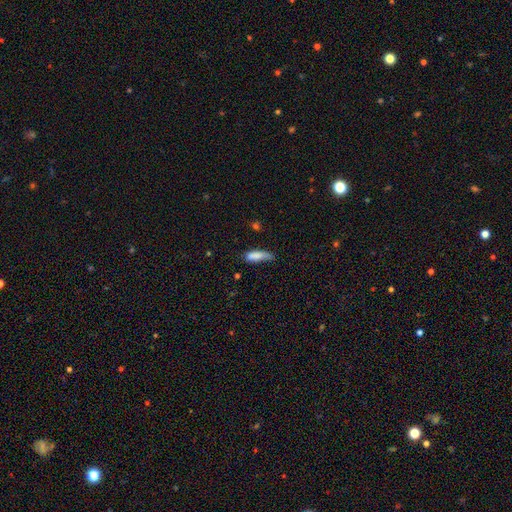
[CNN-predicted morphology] Smooth or featured? Predicted: smooth (p=0.80). How rounded? Predicted: cigar-shaped (p=0.56). Merging? Predicted: none (p=0.41).